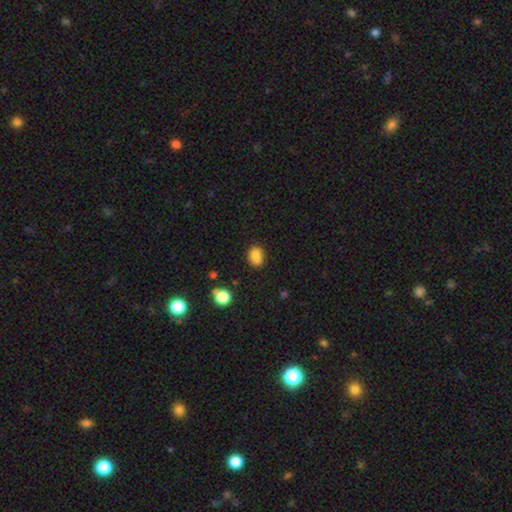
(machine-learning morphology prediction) A smooth galaxy with no disk features (83%) that is in between round and cigar-shaped (67%). Merging: none (75%).